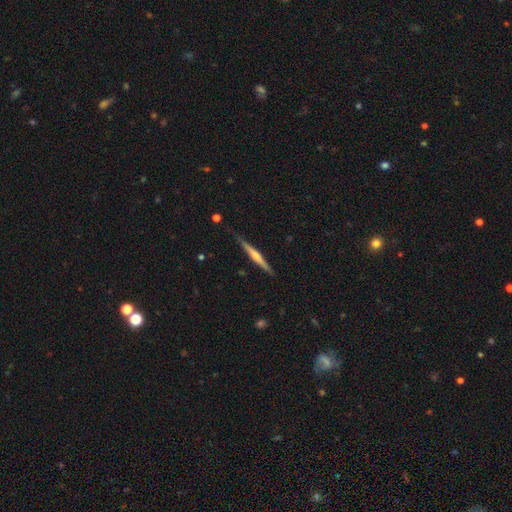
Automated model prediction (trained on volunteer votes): Morphology: type=featured or disk (64%); edge-on=yes (98%); edge-on bulge=rounded (67%); merging=none (85%).